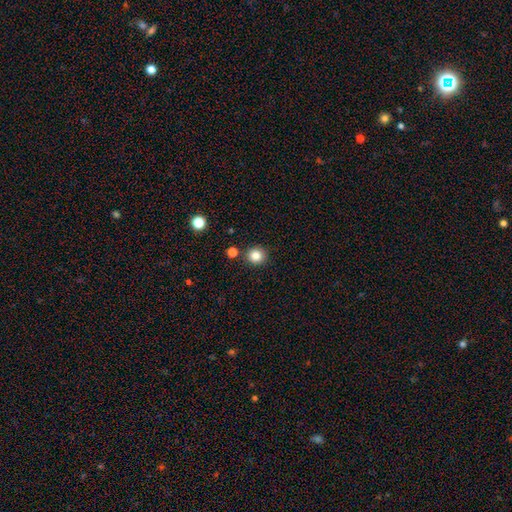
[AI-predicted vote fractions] smooth-or-featured: smooth: 84% | star or artifact: 12% | featured or disk: 5%
  how-rounded: round: 91% | in between: 8% | cigar-shaped: 1%
  merging: none: 88% | minor disturbance: 6% | merger: 4% | major disturbance: 2%